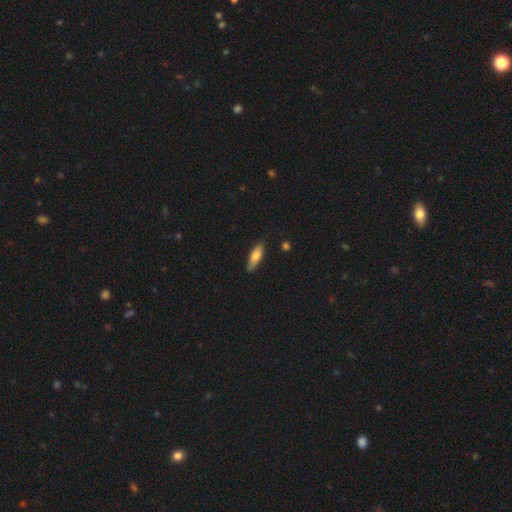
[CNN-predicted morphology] Smooth or featured: smooth — 73% (featured or disk — 21%)
How rounded: in between — 52% (cigar-shaped — 46%)
Merging: none — 81% (minor disturbance — 15%)